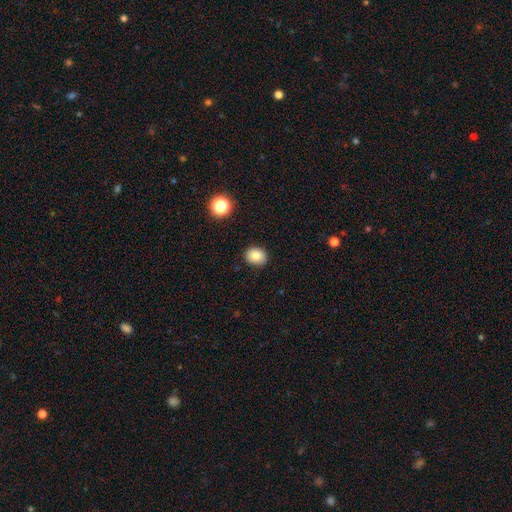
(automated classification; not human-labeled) The model was most divided on "how rounded": round: 54%, in between: 45%, cigar-shaped: 1%. More confident: merging — none (88%); smooth or featured — smooth (84%).